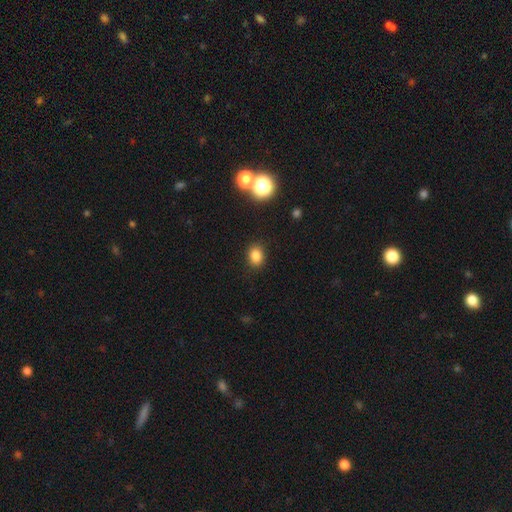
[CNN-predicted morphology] smooth_or_featured: smooth (p=0.82) [alt: star or artifact p=0.13]
how_rounded: in between (p=0.52) [alt: round p=0.47]
merging: none (p=0.88) [alt: minor disturbance p=0.08]